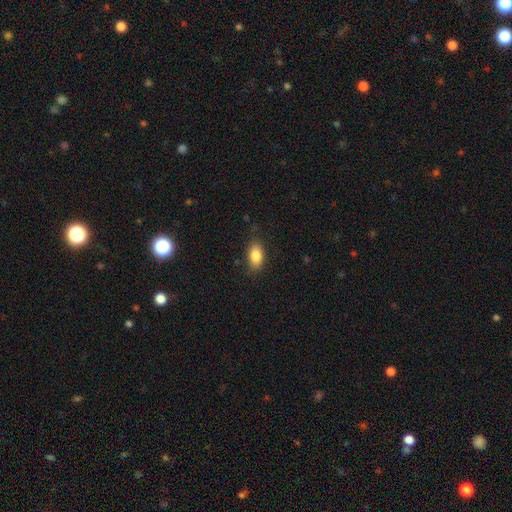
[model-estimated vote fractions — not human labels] Morphology: type=smooth (85%); roundness=in between (90%); merging=none (82%).